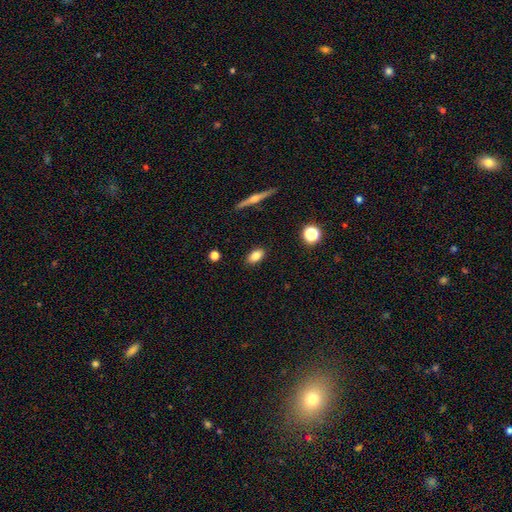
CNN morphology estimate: smooth_or_featured: smooth (p=0.82) [alt: featured or disk p=0.10]
how_rounded: in between (p=0.84) [alt: round p=0.11]
merging: none (p=0.88) [alt: minor disturbance p=0.08]